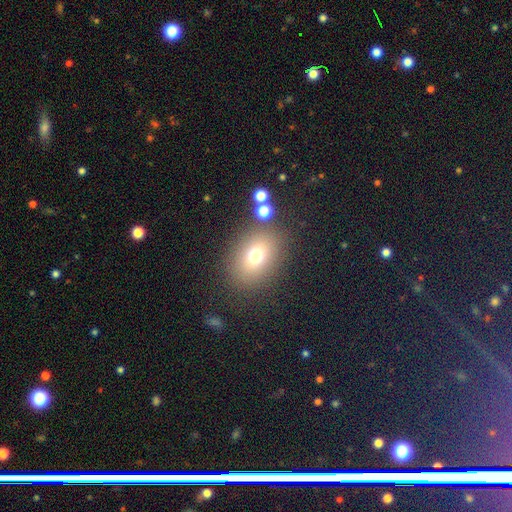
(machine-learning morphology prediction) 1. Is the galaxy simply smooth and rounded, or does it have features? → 72% smooth, 16% star or artifact, 12% featured or disk.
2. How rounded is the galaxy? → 59% in between, 40% round, 1% cigar-shaped.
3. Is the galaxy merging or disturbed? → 80% none, 10% minor disturbance, 5% major disturbance, 5% merger.